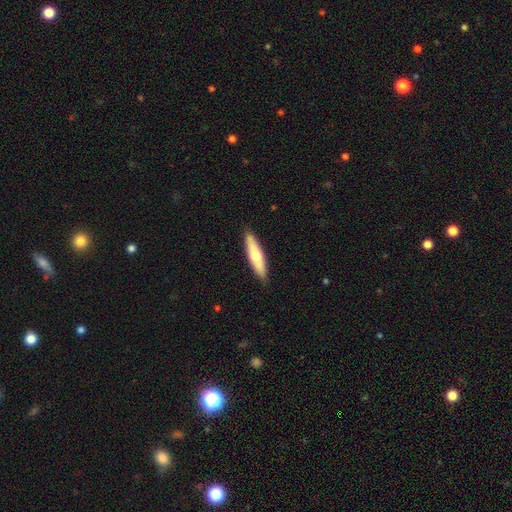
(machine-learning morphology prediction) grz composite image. It shows a smooth galaxy with no disk features (63%) that is cigar-shaped (77%). Merging: none (88%).